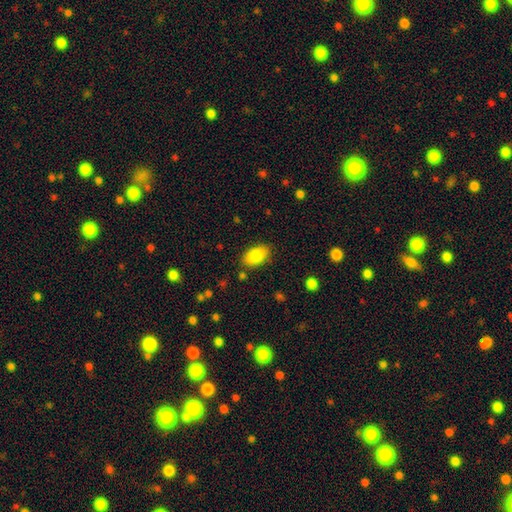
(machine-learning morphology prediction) smooth 84%, featured or disk 9%, star or artifact 8%. Down the decision tree: how rounded — in between (92%); merging — none (84%).